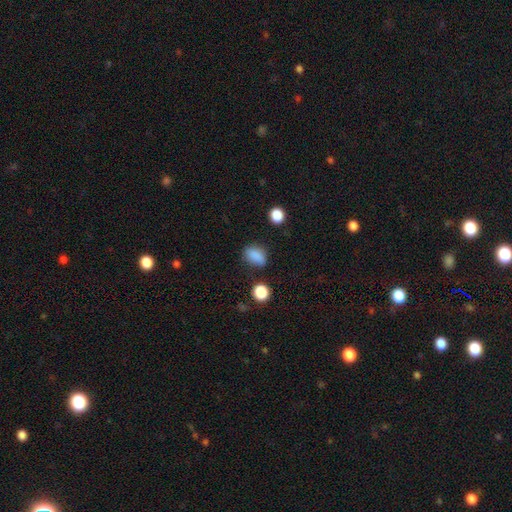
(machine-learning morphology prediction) Smooth or featured? smooth (84%)
How rounded? in between (75%)
Merging? none (74%)